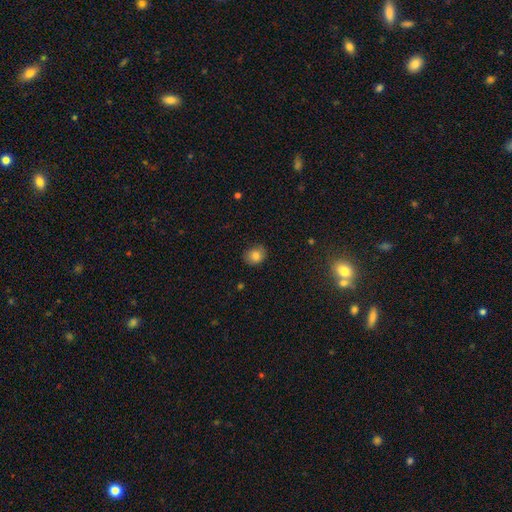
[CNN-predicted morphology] The model was most divided on "how rounded": round: 55%, in between: 44%, cigar-shaped: 1%. More confident: smooth or featured — smooth (82%); merging — none (80%).